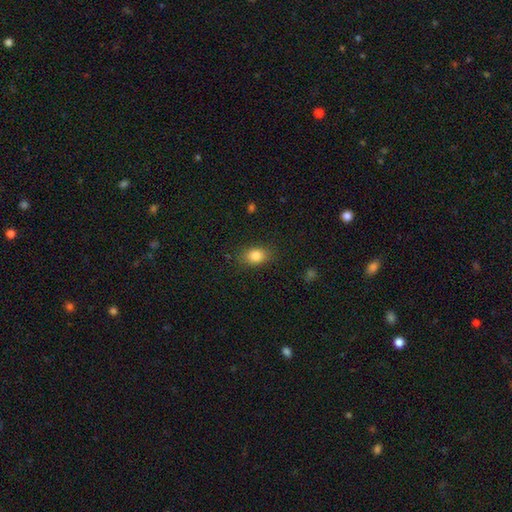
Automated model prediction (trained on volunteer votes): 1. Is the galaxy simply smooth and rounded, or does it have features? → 83% smooth, 10% star or artifact, 7% featured or disk.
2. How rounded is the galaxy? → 74% in between, 24% round, 2% cigar-shaped.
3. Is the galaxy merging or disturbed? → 83% none, 12% minor disturbance, 4% major disturbance, 1% merger.